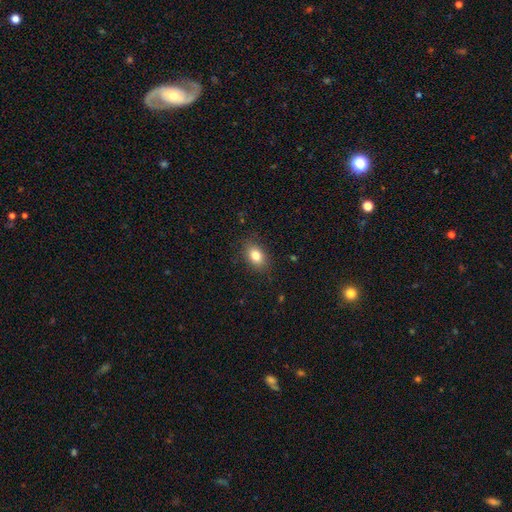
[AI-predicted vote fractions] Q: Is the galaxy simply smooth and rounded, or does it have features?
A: smooth — 82%.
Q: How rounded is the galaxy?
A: in between — 76%.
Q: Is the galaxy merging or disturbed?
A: none — 85%.